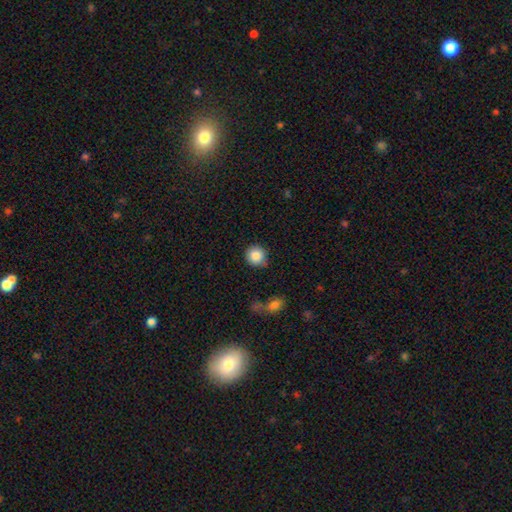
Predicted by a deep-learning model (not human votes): Smooth or featured? smooth (87%)
How rounded? round (92%)
Merging? none (83%)